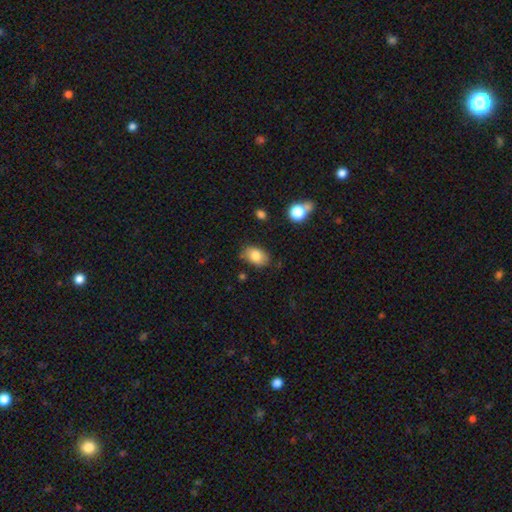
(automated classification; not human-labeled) A smooth galaxy with no disk features (82%) that is in between round and cigar-shaped (84%). Merging: none (74%).